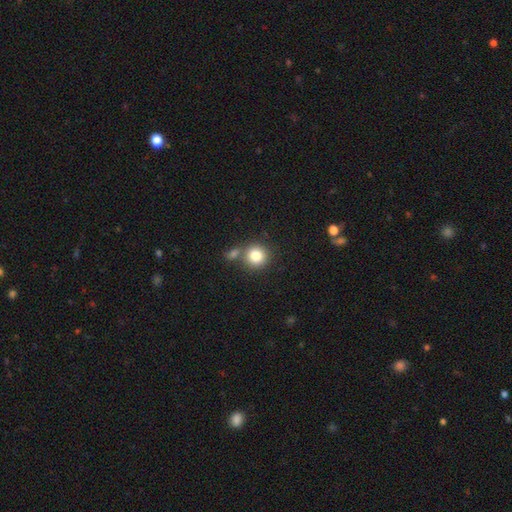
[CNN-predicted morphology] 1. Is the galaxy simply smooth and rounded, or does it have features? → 82% smooth, 10% star or artifact, 8% featured or disk.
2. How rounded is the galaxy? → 90% round, 9% in between, 1% cigar-shaped.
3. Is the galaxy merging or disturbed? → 65% none, 22% merger, 9% minor disturbance, 3% major disturbance.